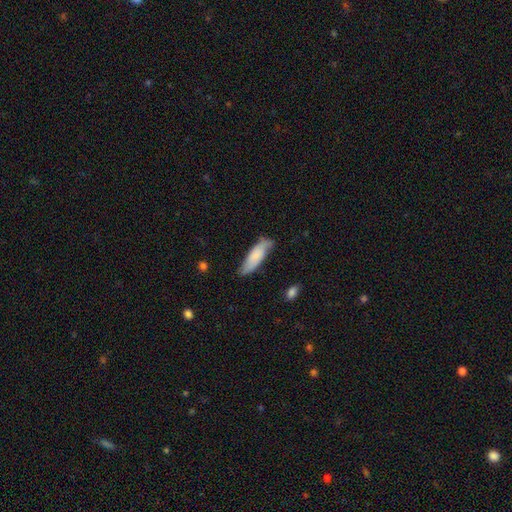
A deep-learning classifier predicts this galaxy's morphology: smooth 72%, featured or disk 22%, star or artifact 6%. Down the decision tree: how rounded — cigar-shaped (51%); merging — none (69%).